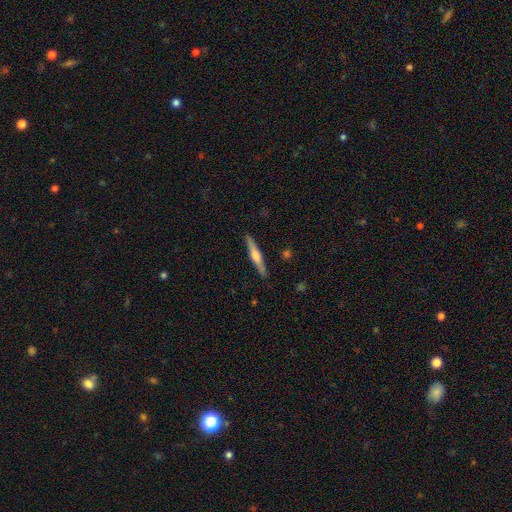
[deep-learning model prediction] Smooth or featured? Predicted: featured or disk (p=0.55). Edge-on disk? Predicted: yes (p=0.97). Edge-on bulge? Predicted: rounded (p=0.84). Merging? Predicted: none (p=0.90).